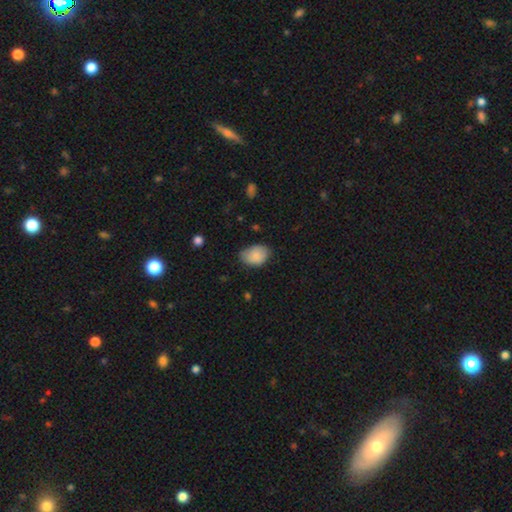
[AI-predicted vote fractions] A smooth galaxy with no disk features (86%) that is in between round and cigar-shaped (77%).

Vote fractions:
- Smooth or featured? smooth: 86% / featured or disk: 7% / star or artifact: 7%
- How rounded? in between: 77% / round: 22% / cigar-shaped: 1%
- Merging? none: 65% / minor disturbance: 29% / major disturbance: 5% / merger: 2%